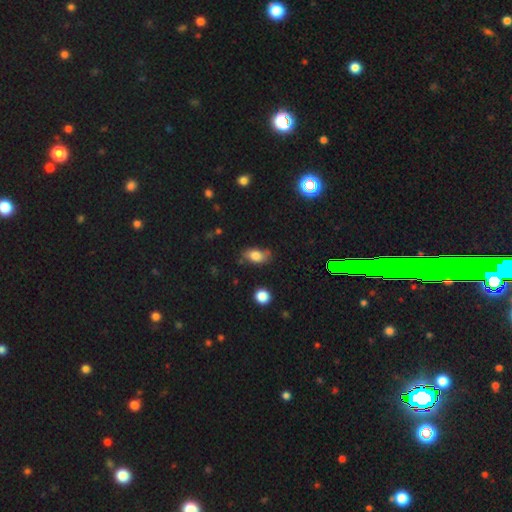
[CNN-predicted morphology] Q: Smooth or featured?
A: smooth (73%); runner-up: featured or disk (17%)
Q: How rounded?
A: in between (86%); runner-up: round (9%)
Q: Merging?
A: none (66%); runner-up: minor disturbance (25%)